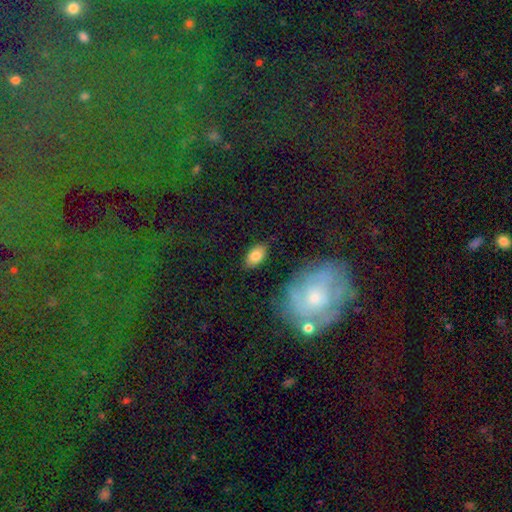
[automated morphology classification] smooth 81%, featured or disk 11%, star or artifact 8%. Down the decision tree: how rounded — in between (91%); merging — none (83%).